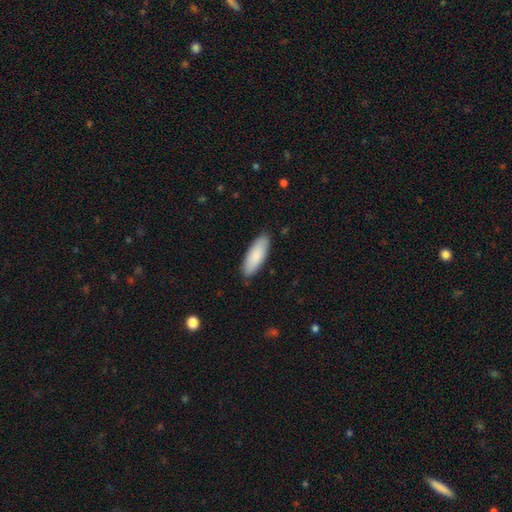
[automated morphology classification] smooth 86%, featured or disk 9%, star or artifact 5%. Down the decision tree: how rounded — in between (65%); merging — none (87%).